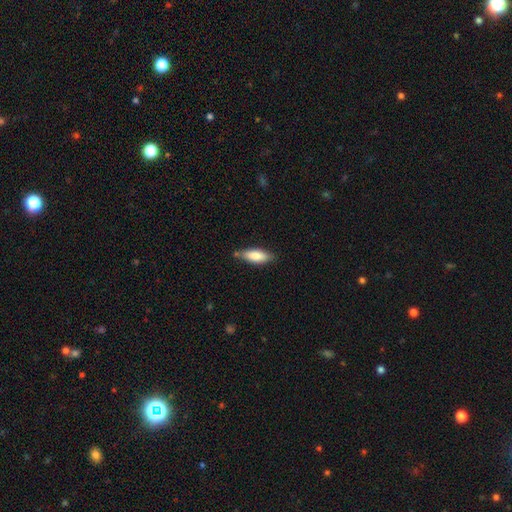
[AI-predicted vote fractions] Overall: smooth (79%). How rounded: in between (71%). Merging: none (74%).